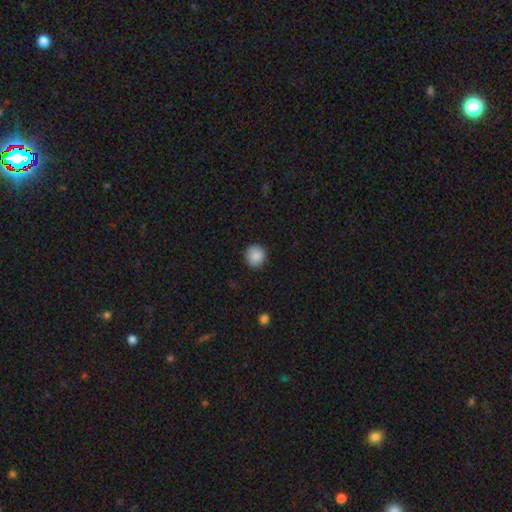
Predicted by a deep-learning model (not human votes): Overall: smooth (87%). How rounded: round (92%). Merging: none (89%).